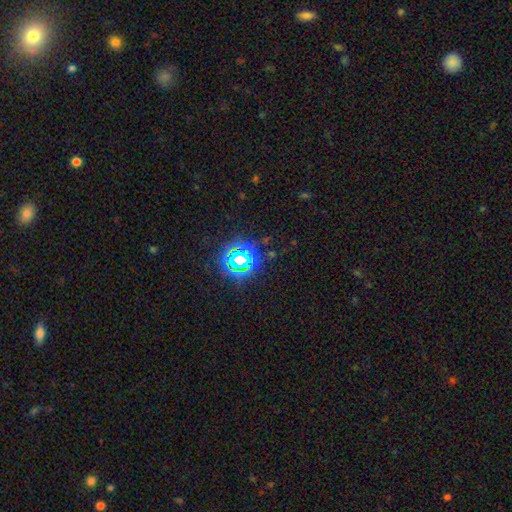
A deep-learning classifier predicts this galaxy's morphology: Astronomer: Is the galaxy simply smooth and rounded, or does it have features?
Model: star or artifact — 71%.